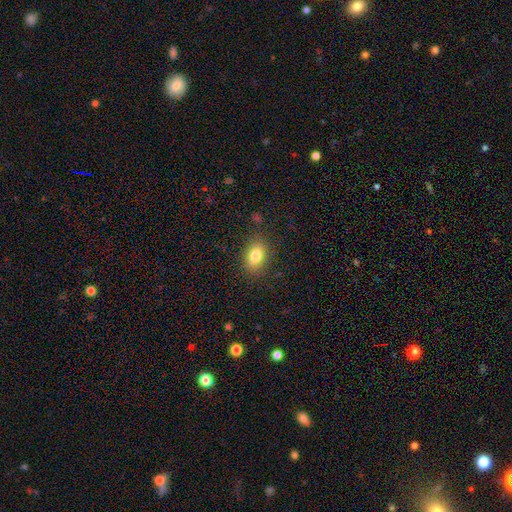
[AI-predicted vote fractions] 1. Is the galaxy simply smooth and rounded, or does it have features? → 81% smooth, 10% featured or disk, 9% star or artifact.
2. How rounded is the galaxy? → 82% in between, 17% round, 2% cigar-shaped.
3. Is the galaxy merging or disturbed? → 85% none, 11% minor disturbance, 3% major disturbance, 1% merger.